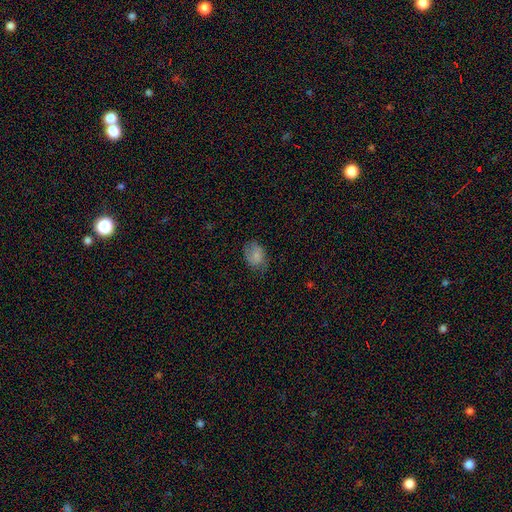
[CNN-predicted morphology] This appears to be a smooth galaxy with no disk features (80%) that is in between round and cigar-shaped (70%). Merging: none (66%).